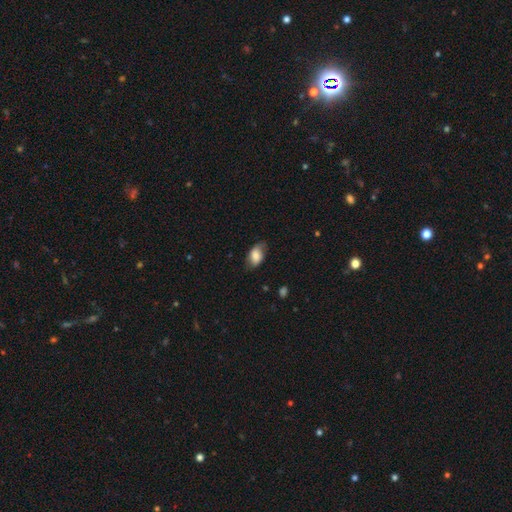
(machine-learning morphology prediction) Smooth or featured?
  - smooth: 79% *
  - featured or disk: 14%
  - star or artifact: 7%
How rounded?
  - in between: 90% *
  - round: 8%
  - cigar-shaped: 2%
Merging?
  - none: 71% *
  - minor disturbance: 23%
  - major disturbance: 5%
  - merger: 1%